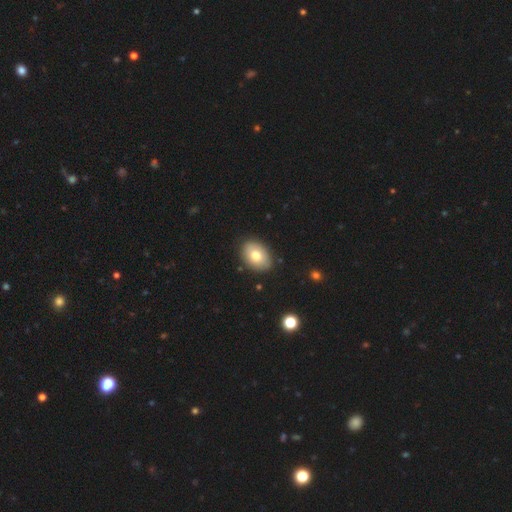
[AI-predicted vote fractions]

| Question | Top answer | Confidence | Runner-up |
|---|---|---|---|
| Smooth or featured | smooth | 76% | featured or disk (17%) |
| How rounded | in between | 81% | round (18%) |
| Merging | none | 86% | minor disturbance (10%) |